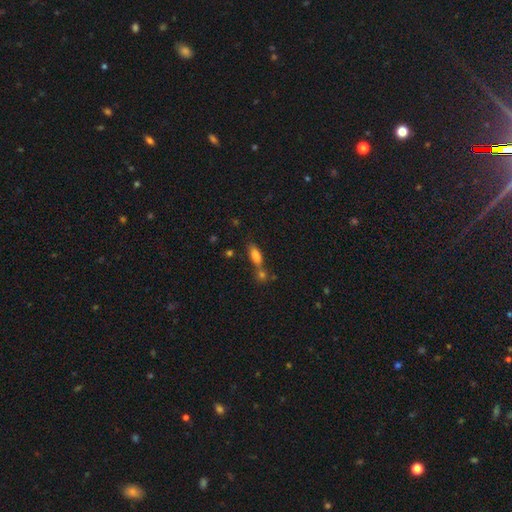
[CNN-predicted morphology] smooth 79%, star or artifact 12%, featured or disk 10%. Down the decision tree: how rounded — in between (68%); merging — none (45%).